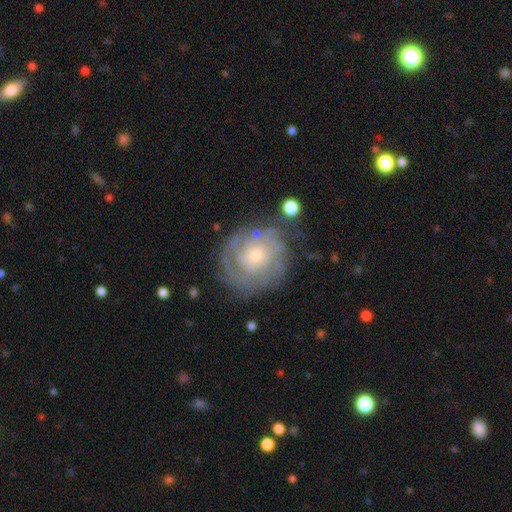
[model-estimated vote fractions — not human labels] Morphology: type=featured or disk (74%); edge-on=no (97%); bar=no (79%); spiral arms=yes (83%); winding=tight (69%); arm count=can't tell (51%); bulge=small (66%); merging=none (67%).